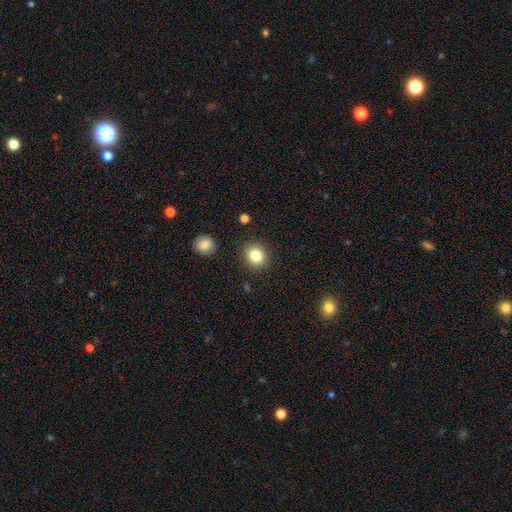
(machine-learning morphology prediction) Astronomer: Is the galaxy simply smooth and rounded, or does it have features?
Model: smooth — 82%.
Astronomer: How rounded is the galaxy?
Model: round — 83%.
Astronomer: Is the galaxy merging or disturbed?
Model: none — 89%.